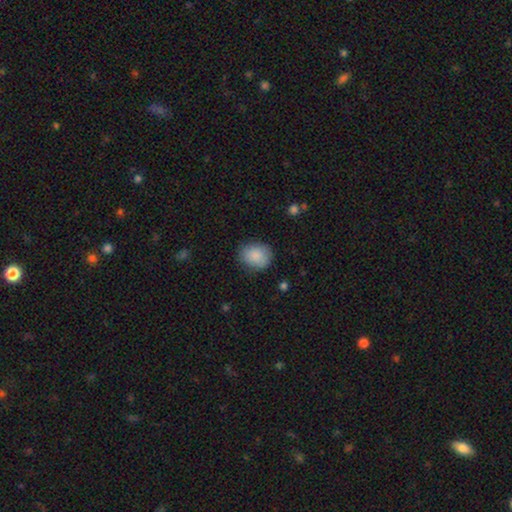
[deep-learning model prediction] A smooth galaxy with no disk features (88%) that is round (53%).

Vote fractions:
- Smooth or featured? smooth: 88% / star or artifact: 7% / featured or disk: 5%
- How rounded? round: 53% / in between: 46% / cigar-shaped: 1%
- Merging? none: 82% / minor disturbance: 14% / major disturbance: 3% / merger: 1%